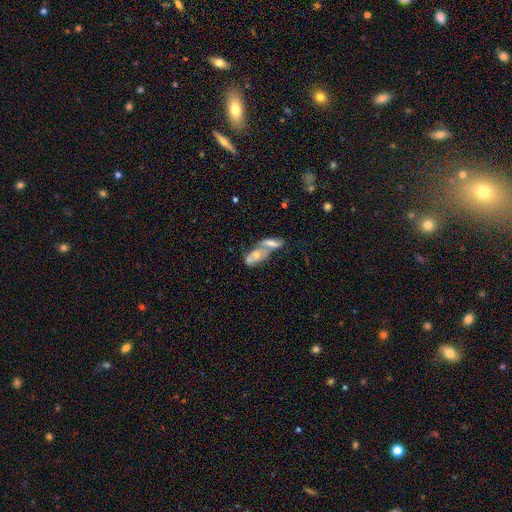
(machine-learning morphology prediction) The model was most divided on "smooth or featured": smooth: 50%, featured or disk: 42%, star or artifact: 8%. More confident: how rounded — in between (83%); merging — merger (70%).